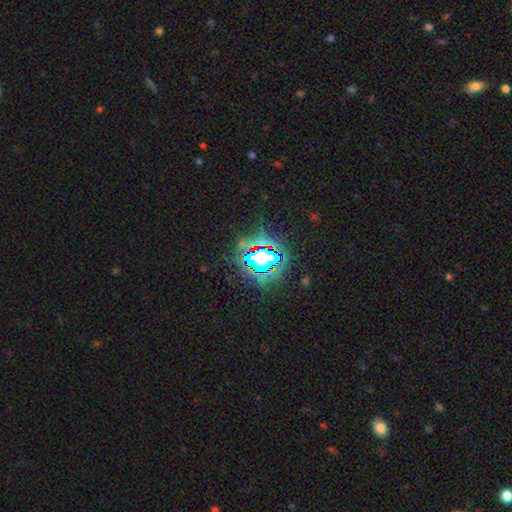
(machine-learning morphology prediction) A star or artifact, not a galaxy (81%).